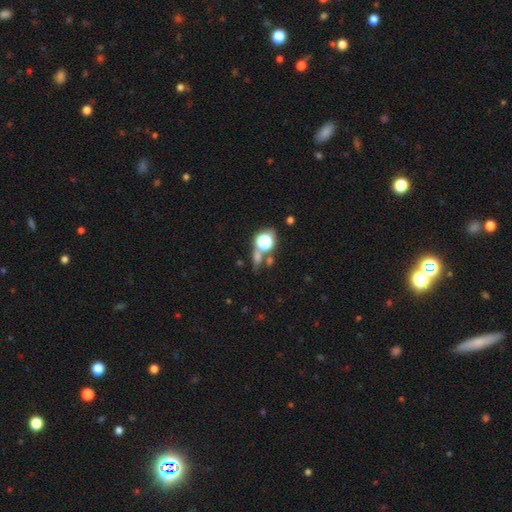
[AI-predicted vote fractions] Morphology: type=smooth (49%); merging=none (58%).